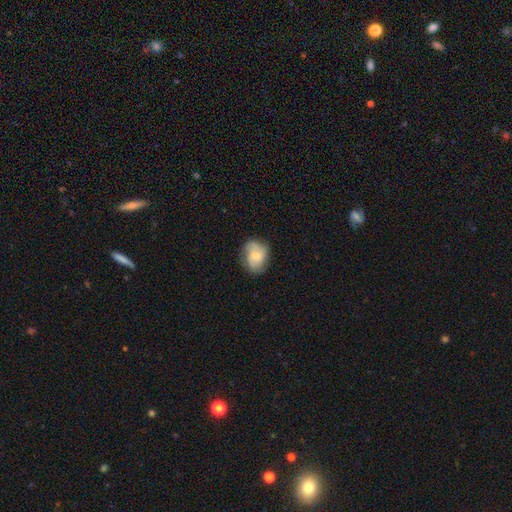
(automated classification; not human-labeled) Smooth or featured?
  - smooth: 64% *
  - featured or disk: 28%
  - star or artifact: 7%
How rounded?
  - in between: 62% *
  - round: 37%
  - cigar-shaped: 1%
Merging?
  - none: 68% *
  - minor disturbance: 24%
  - major disturbance: 7%
  - merger: 1%